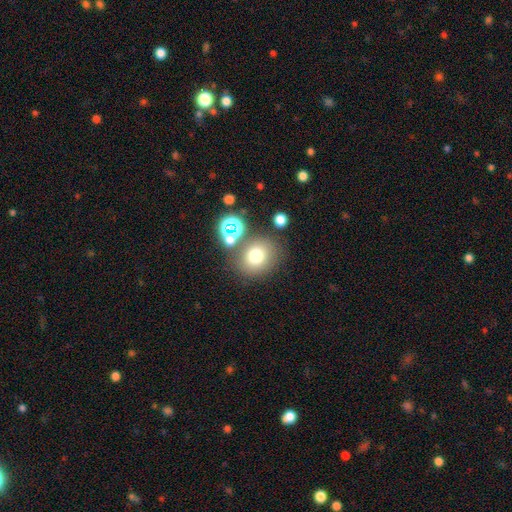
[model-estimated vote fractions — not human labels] A smooth galaxy with no disk features (71%) that is round (78%).

Vote fractions:
- Smooth or featured? smooth: 71% / star or artifact: 17% / featured or disk: 12%
- How rounded? round: 78% / in between: 21% / cigar-shaped: 1%
- Merging? none: 72% / merger: 12% / minor disturbance: 11% / major disturbance: 5%